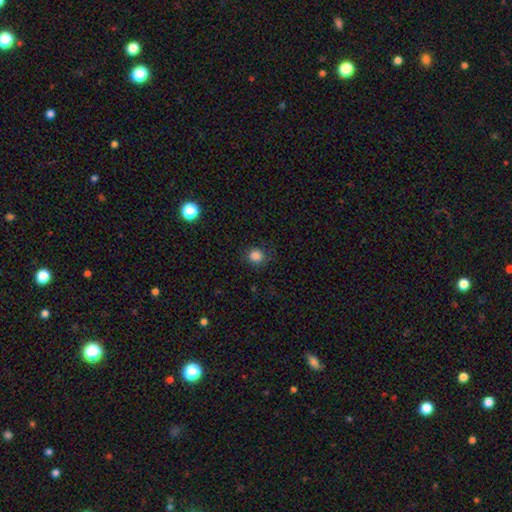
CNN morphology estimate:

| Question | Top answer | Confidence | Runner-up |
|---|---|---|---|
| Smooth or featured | smooth | 84% | star or artifact (13%) |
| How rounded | round | 88% | in between (11%) |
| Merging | none | 84% | minor disturbance (11%) |